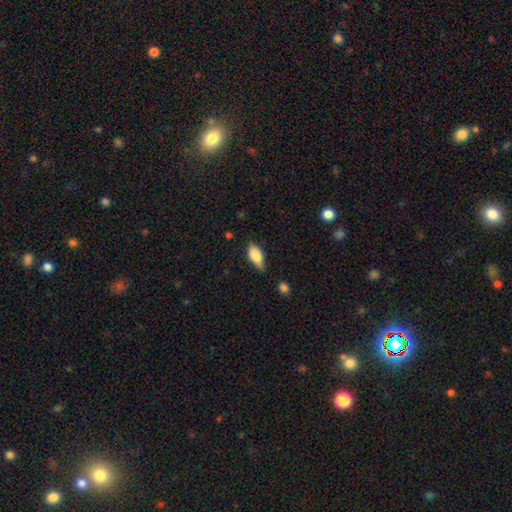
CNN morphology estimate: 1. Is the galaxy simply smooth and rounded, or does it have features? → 76% smooth, 17% featured or disk, 7% star or artifact.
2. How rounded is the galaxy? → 86% in between, 10% cigar-shaped, 4% round.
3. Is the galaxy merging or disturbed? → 68% none, 25% minor disturbance, 5% major disturbance, 2% merger.